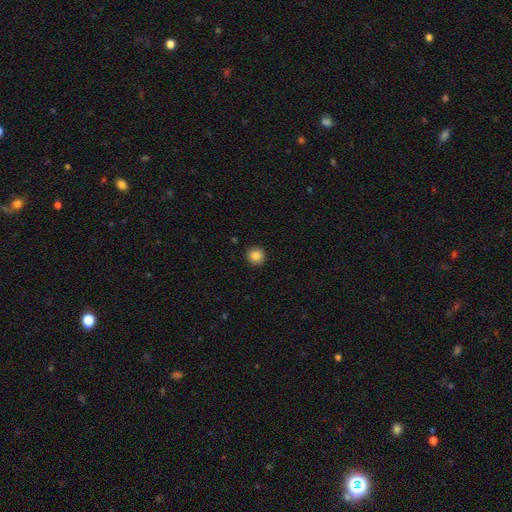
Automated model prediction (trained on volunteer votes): Smooth or featured?
  - smooth: 85% *
  - star or artifact: 9%
  - featured or disk: 6%
How rounded?
  - round: 95% *
  - in between: 4%
  - cigar-shaped: 1%
Merging?
  - none: 92% *
  - minor disturbance: 5%
  - major disturbance: 1%
  - merger: 1%